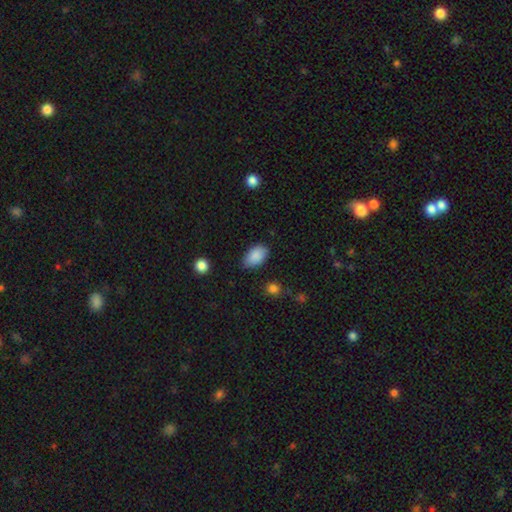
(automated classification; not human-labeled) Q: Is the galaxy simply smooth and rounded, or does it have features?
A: smooth — 88%.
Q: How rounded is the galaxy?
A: in between — 92%.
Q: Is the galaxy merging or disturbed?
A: none — 80%.